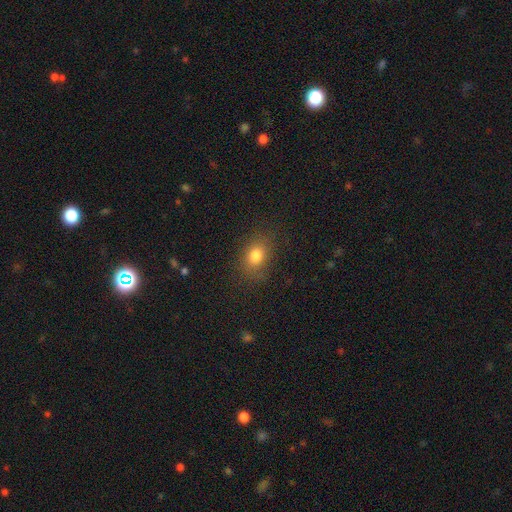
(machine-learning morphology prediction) smooth_or_featured: smooth (p=0.80) [alt: star or artifact p=0.12]
how_rounded: in between (p=0.62) [alt: round p=0.36]
merging: none (p=0.80) [alt: minor disturbance p=0.14]